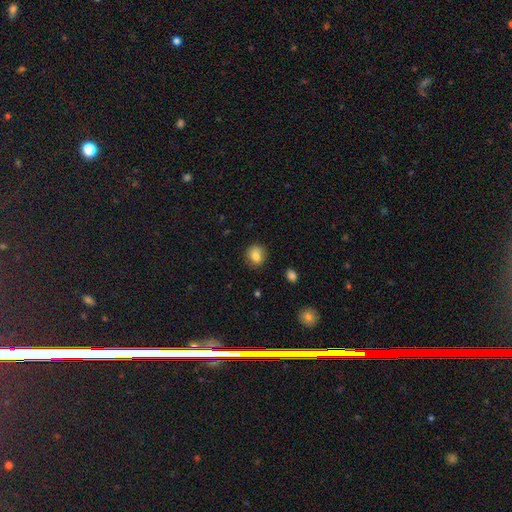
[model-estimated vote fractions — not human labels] Smooth or featured? smooth (82%)
How rounded? round (76%)
Merging? none (84%)